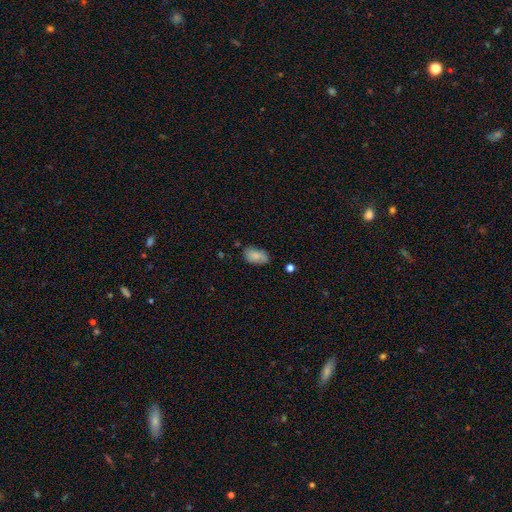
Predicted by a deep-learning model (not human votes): A smooth galaxy with no disk features (79%) that is in between round and cigar-shaped (92%).

Vote fractions:
- Smooth or featured? smooth: 79% / featured or disk: 12% / star or artifact: 9%
- How rounded? in between: 92% / round: 6% / cigar-shaped: 3%
- Merging? none: 63% / minor disturbance: 27% / major disturbance: 6% / merger: 4%